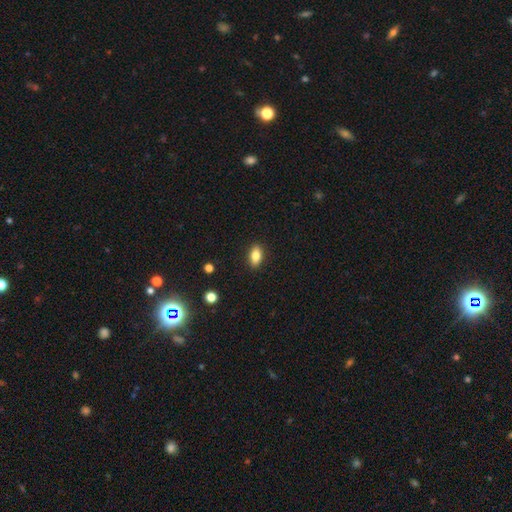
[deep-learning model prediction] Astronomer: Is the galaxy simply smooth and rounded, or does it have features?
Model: smooth — 80%.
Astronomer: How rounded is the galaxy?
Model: in between — 87%.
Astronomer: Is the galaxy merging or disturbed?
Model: none — 89%.